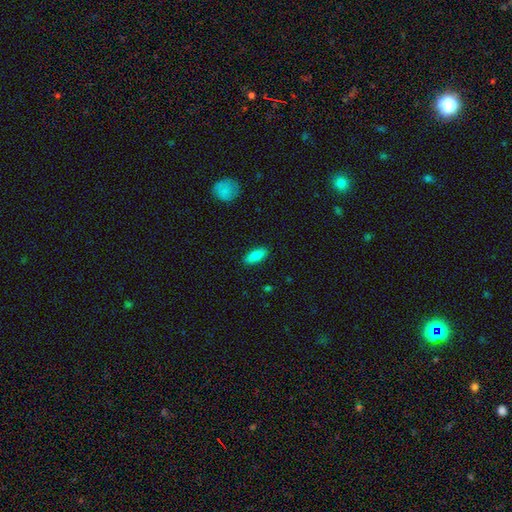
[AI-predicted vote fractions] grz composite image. It shows a smooth galaxy with no disk features (82%) that is in between round and cigar-shaped (78%). Merging: none (89%).